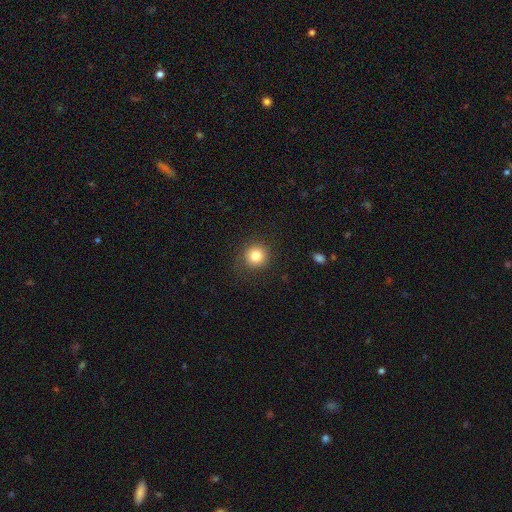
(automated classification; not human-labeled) A smooth galaxy with no disk features (83%) that is round (93%). Merging: none (86%).